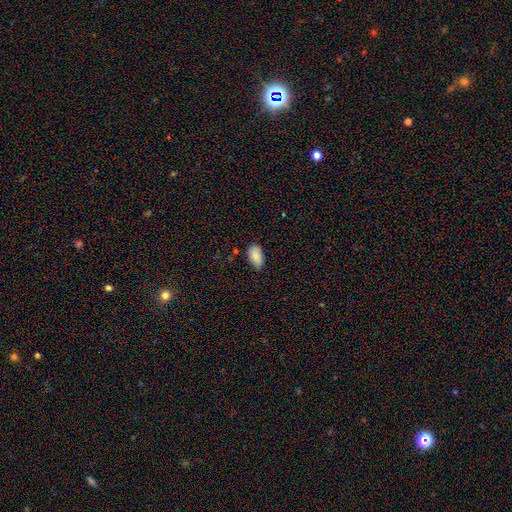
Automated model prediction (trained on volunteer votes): Smooth or featured? Predicted: smooth (p=0.86). How rounded? Predicted: in between (p=0.94). Merging? Predicted: none (p=0.70).